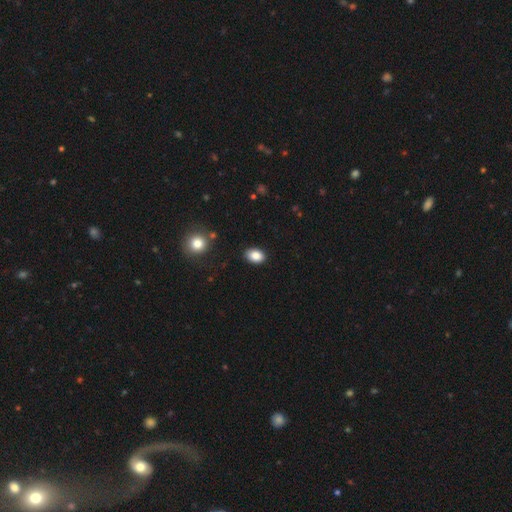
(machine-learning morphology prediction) A smooth galaxy with no disk features (87%) that is in between round and cigar-shaped (83%).

Vote fractions:
- Smooth or featured? smooth: 87% / star or artifact: 8% / featured or disk: 5%
- How rounded? in between: 83% / round: 16% / cigar-shaped: 1%
- Merging? none: 89% / minor disturbance: 8% / major disturbance: 2% / merger: 1%